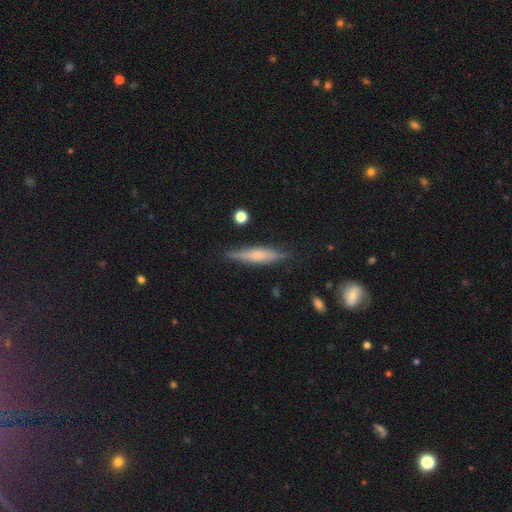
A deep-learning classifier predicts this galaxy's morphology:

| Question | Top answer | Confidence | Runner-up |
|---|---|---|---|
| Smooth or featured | featured or disk | 54% | smooth (39%) |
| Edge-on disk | yes | 95% | no (5%) |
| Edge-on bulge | rounded | 55% | boxy (24%) |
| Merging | none | 83% | minor disturbance (13%) |